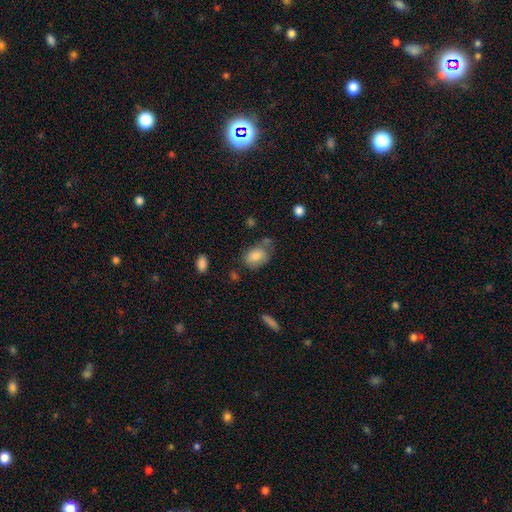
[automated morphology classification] A smooth galaxy with no disk features (81%) that is in between round and cigar-shaped (82%). Merging: none (55%).